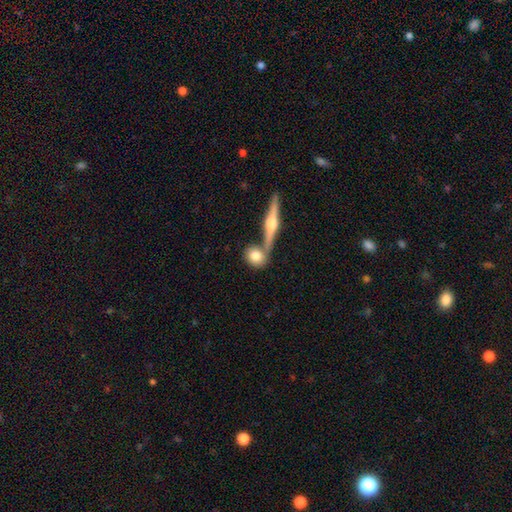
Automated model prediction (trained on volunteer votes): The model was most divided on "merging": none: 60%, merger: 25%, minor disturbance: 11%, major disturbance: 4%. More confident: how rounded — round (76%); smooth or featured — smooth (72%).